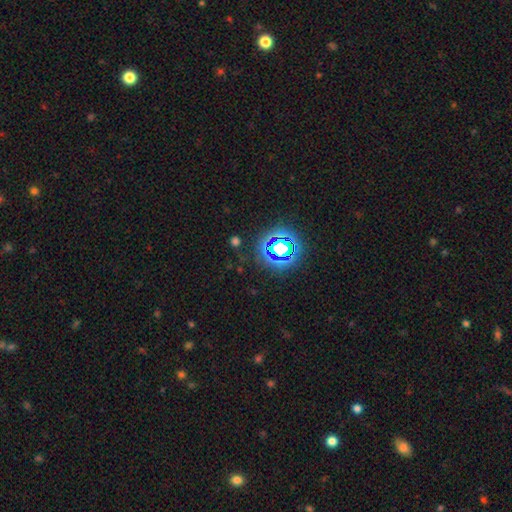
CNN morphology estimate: This is likely a star or artifact rather than a galaxy (77%).